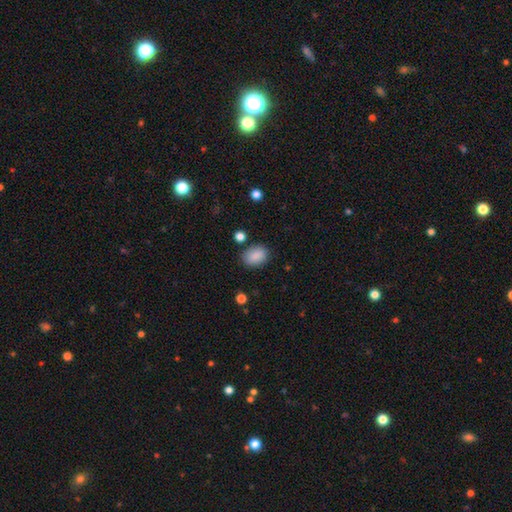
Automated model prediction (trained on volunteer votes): The model was most divided on "how rounded": in between: 78%, round: 20%, cigar-shaped: 1%. More confident: smooth or featured — smooth (87%); merging — none (81%).